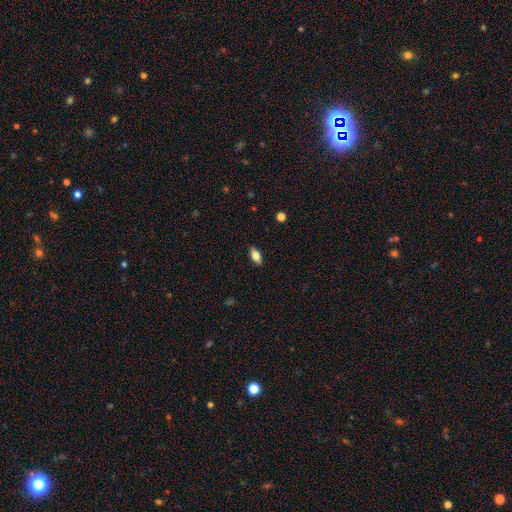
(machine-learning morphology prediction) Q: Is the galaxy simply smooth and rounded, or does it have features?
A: smooth — 77%.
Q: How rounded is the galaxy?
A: in between — 86%.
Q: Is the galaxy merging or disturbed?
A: none — 89%.